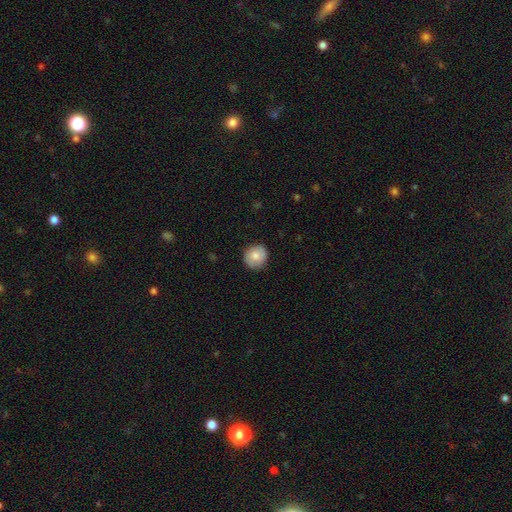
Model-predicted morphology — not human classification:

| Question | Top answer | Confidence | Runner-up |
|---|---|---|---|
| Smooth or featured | smooth | 79% | featured or disk (14%) |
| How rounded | round | 90% | in between (9%) |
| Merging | none | 87% | minor disturbance (10%) |